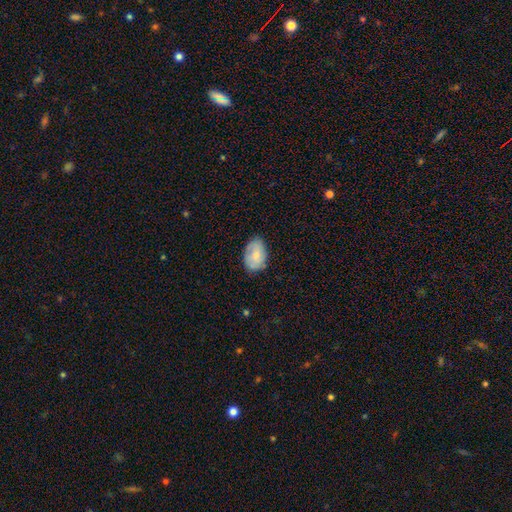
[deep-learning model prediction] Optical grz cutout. It shows a smooth galaxy with no disk features (69%) that is in between round and cigar-shaped (87%). Merging: none (76%).